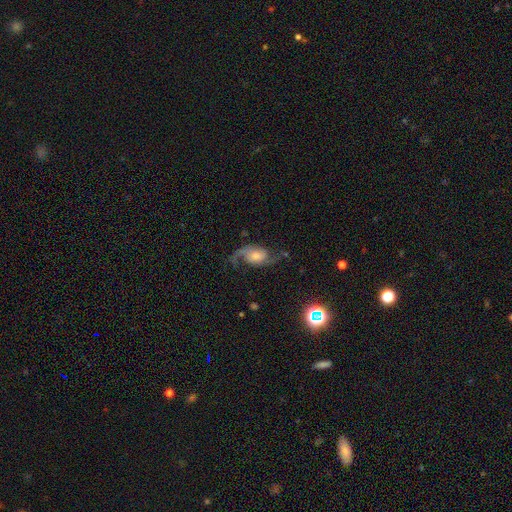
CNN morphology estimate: Q: Smooth or featured?
A: featured or disk (84%); runner-up: star or artifact (8%)
Q: Edge-on disk?
A: no (97%); runner-up: yes (3%)
Q: Bar?
A: no (62%); runner-up: weak (31%)
Q: Spiral arms?
A: yes (97%); runner-up: no (3%)
Q: Spiral winding?
A: loose (56%); runner-up: medium (36%)
Q: Spiral arm count?
A: 2 (92%); runner-up: 1 (3%)
Q: Bulge size?
A: moderate (49%); runner-up: small (32%)
Q: Merging?
A: none (73%); runner-up: minor disturbance (15%)